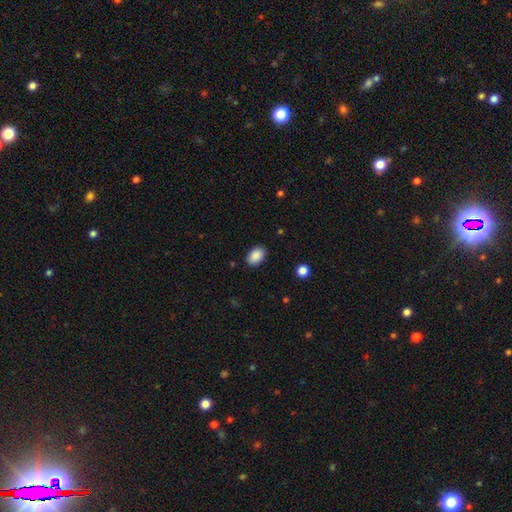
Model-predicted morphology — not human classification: This appears to be a smooth galaxy with no disk features (89%) that is in between round and cigar-shaped (87%). Merging: none (88%).